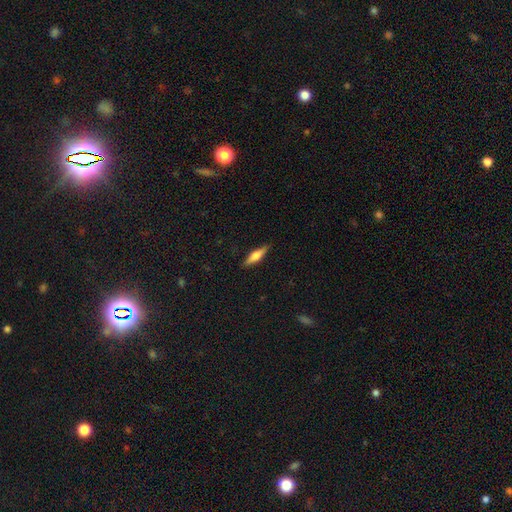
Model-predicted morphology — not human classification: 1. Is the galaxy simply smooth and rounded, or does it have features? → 50% smooth, 44% featured or disk, 6% star or artifact.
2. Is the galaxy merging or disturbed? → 89% none, 8% minor disturbance, 2% major disturbance, 1% merger.